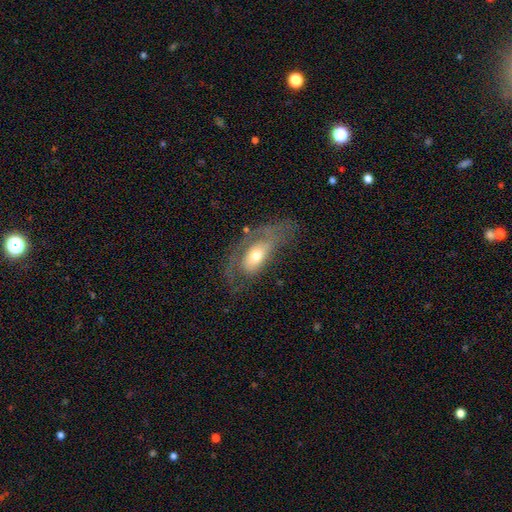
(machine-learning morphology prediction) Smooth or featured?
  - featured or disk: 54% *
  - smooth: 39%
  - star or artifact: 7%
Edge-on disk?
  - no: 85% *
  - yes: 15%
Merging?
  - none: 44% *
  - major disturbance: 28%
  - minor disturbance: 24%
  - merger: 3%